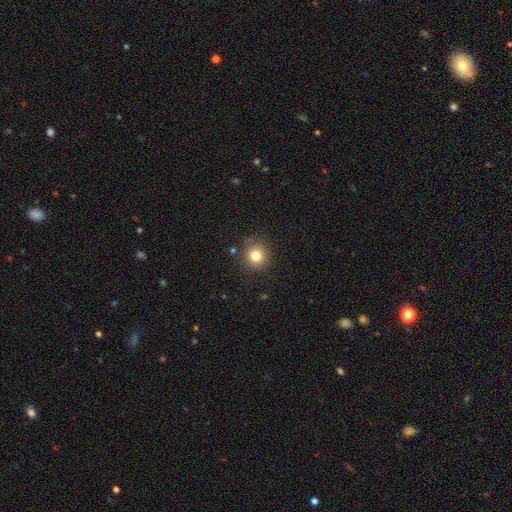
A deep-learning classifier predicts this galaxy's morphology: Q: Smooth or featured?
A: smooth (80%); runner-up: star or artifact (12%)
Q: How rounded?
A: round (93%); runner-up: in between (6%)
Q: Merging?
A: none (85%); runner-up: minor disturbance (9%)